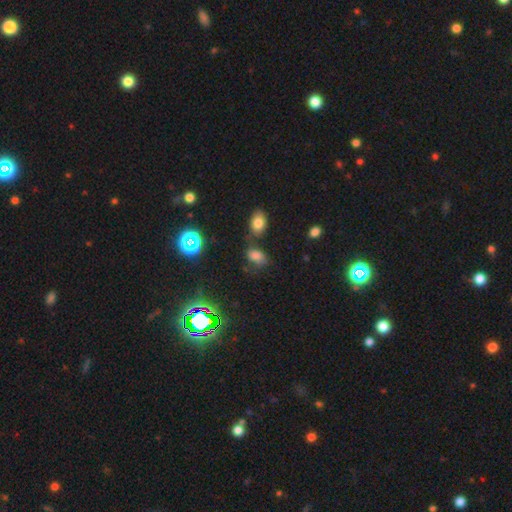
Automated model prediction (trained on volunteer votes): Smooth or featured: smooth — 66% (star or artifact — 23%)
How rounded: in between — 80% (round — 18%)
Merging: none — 53% (minor disturbance — 21%)